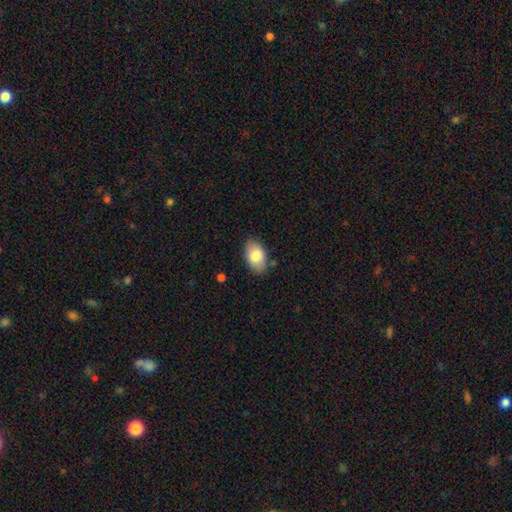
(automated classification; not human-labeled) Overall: smooth (81%). How rounded: in between (91%). Merging: none (82%).